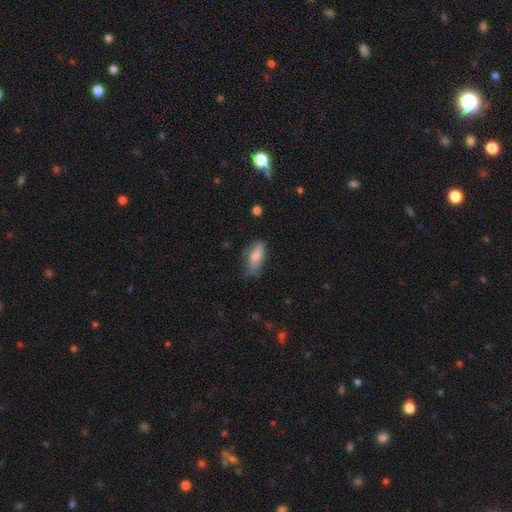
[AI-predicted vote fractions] This appears to be a smooth galaxy with no disk features (71%) that is in between round and cigar-shaped (74%). Merging: none (56%).